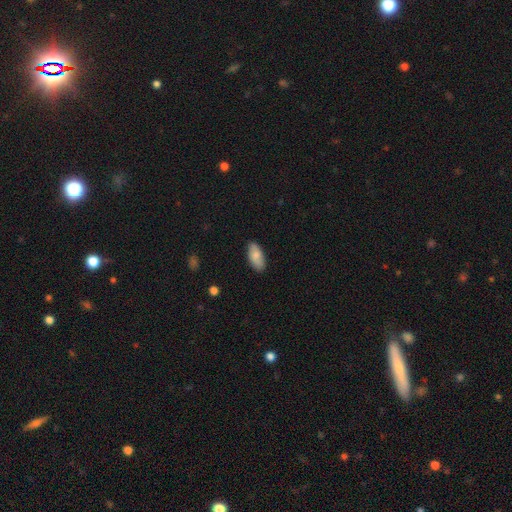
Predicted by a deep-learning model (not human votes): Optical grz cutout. It shows a smooth galaxy with no disk features (82%) that is in between round and cigar-shaped (90%). Merging: none (84%).